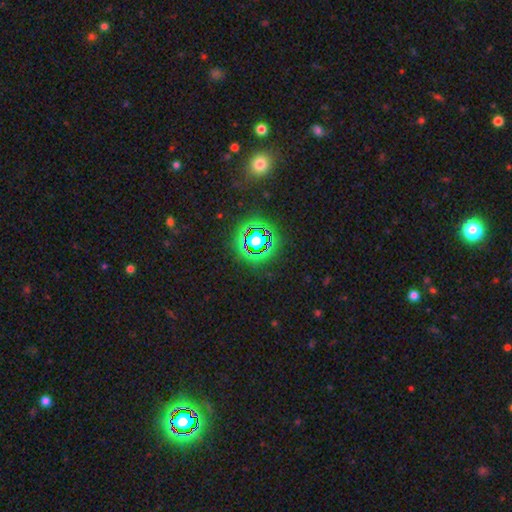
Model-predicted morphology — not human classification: star or artifact 73%, smooth 19%, featured or disk 7%.